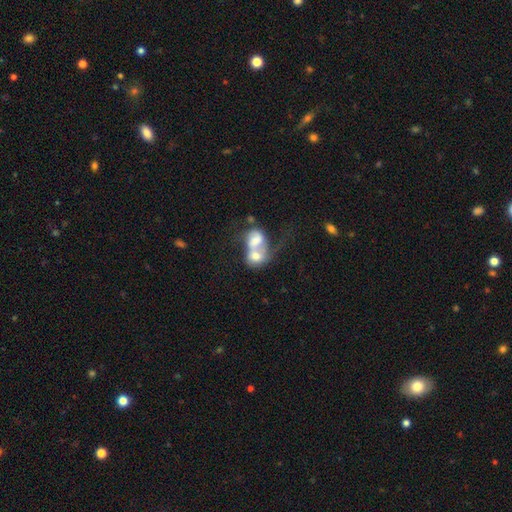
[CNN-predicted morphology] The model was most divided on "smooth or featured": smooth: 55%, featured or disk: 37%, star or artifact: 8%. More confident: merging — merger (81%); how rounded — in between (60%).